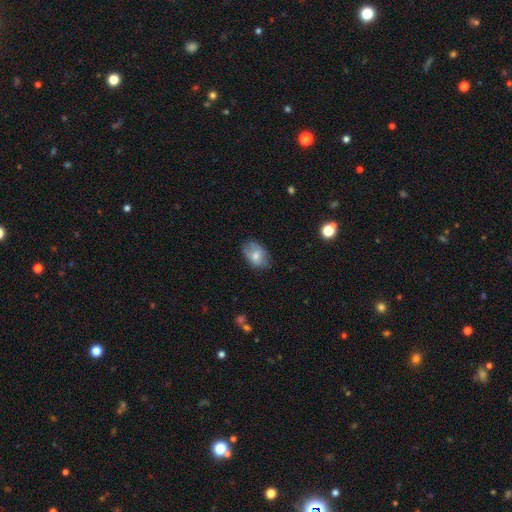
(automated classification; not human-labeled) smooth-or-featured: smooth: 67% | featured or disk: 25% | star or artifact: 8%
  how-rounded: in between: 83% | round: 16% | cigar-shaped: 1%
  merging: none: 72% | minor disturbance: 21% | major disturbance: 5% | merger: 2%